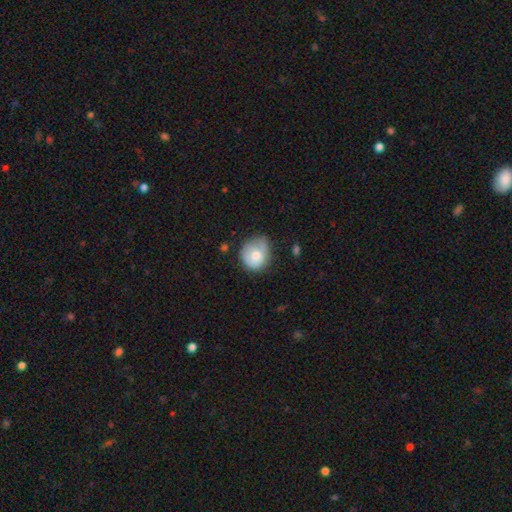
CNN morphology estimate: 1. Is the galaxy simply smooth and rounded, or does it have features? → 68% smooth, 25% featured or disk, 7% star or artifact.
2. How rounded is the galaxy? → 76% round, 23% in between, 1% cigar-shaped.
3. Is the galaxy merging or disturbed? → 49% none, 37% minor disturbance, 11% major disturbance, 3% merger.